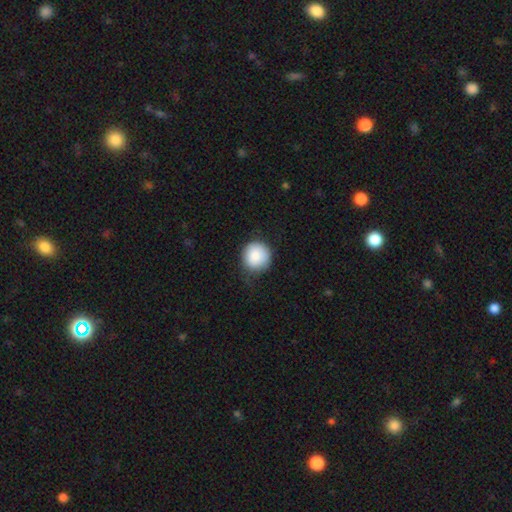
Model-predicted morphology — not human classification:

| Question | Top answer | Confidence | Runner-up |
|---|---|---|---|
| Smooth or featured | smooth | 86% | star or artifact (7%) |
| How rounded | round | 92% | in between (7%) |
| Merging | none | 70% | minor disturbance (24%) |